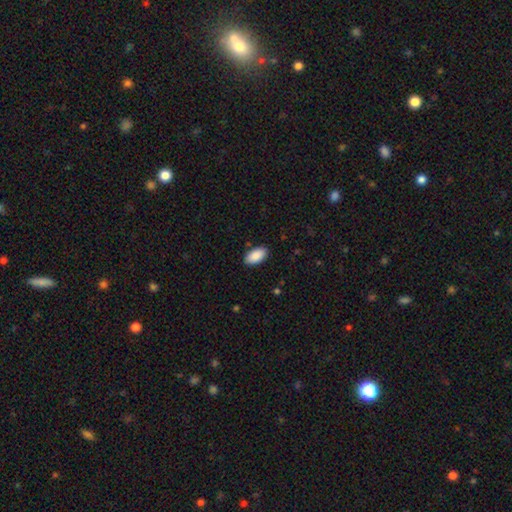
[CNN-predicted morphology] This appears to be a smooth galaxy with no disk features (90%) that is in between round and cigar-shaped (95%). Merging: none (87%).